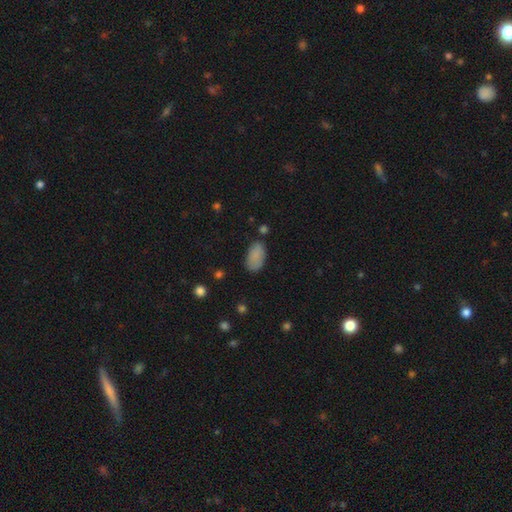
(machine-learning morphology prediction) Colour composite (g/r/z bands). It shows a smooth galaxy with no disk features (87%) that is in between round and cigar-shaped (94%). Merging: none (78%).